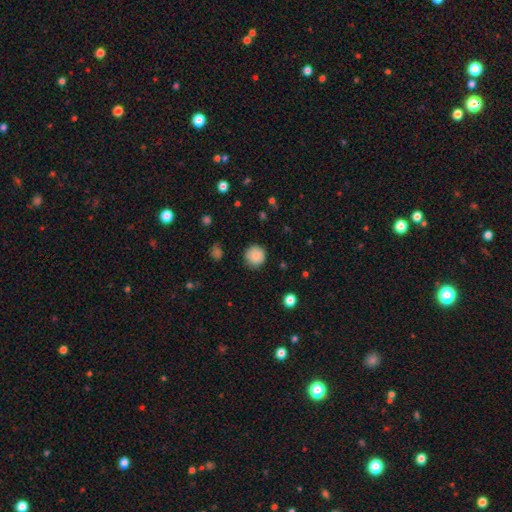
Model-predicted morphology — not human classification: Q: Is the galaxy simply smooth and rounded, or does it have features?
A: smooth — 87%.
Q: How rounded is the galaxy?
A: round — 94%.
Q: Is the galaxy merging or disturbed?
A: none — 88%.